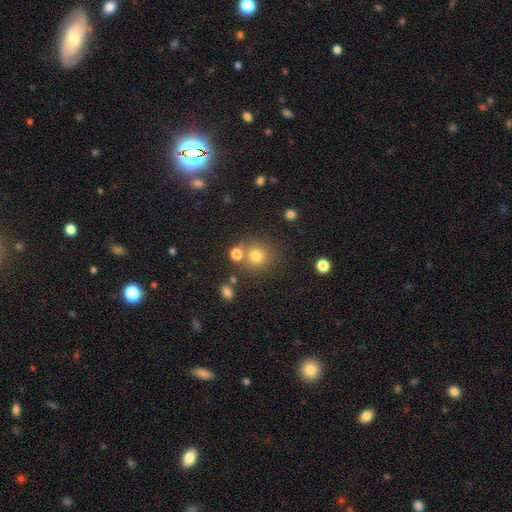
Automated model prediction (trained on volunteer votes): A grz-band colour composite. It shows a smooth galaxy with no disk features (75%) that is round (91%). Merging: none (72%).